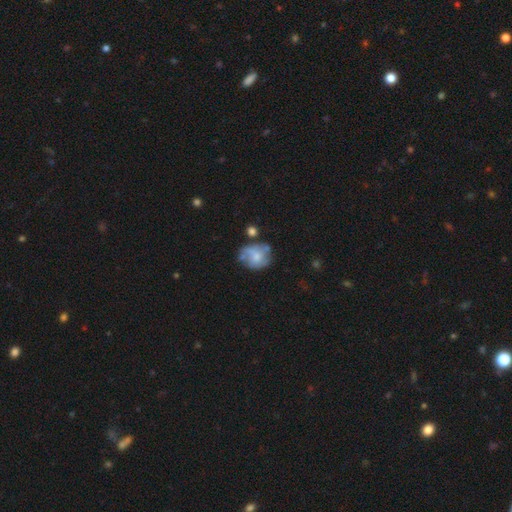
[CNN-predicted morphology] type=featured or disk (49%); merging=none (43%).